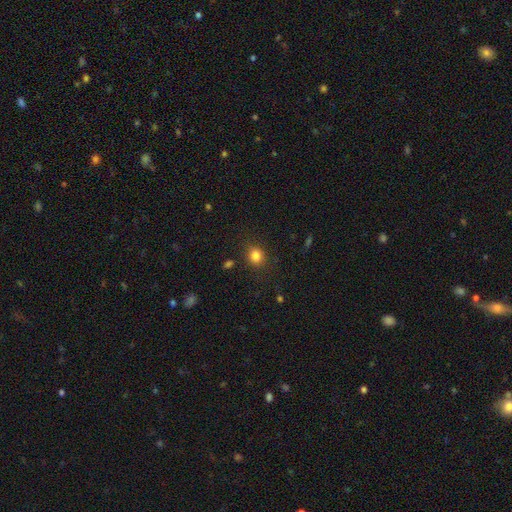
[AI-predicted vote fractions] This appears to be a smooth galaxy with no disk features (83%) that is round (74%). Merging: none (85%).